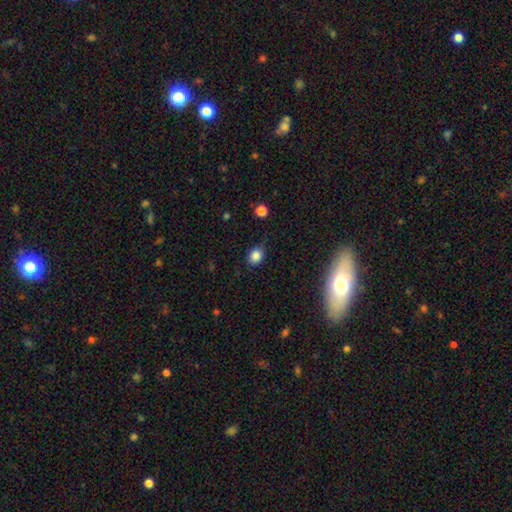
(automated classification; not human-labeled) Smooth or featured? smooth (84%)
How rounded? in between (51%)
Merging? none (74%)